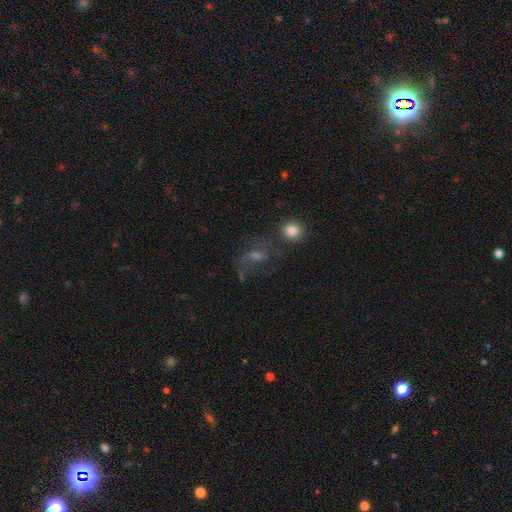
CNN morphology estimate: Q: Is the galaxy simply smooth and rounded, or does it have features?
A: featured or disk — 54%.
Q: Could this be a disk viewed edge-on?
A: no — 95%.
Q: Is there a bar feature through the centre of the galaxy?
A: weak — 46%.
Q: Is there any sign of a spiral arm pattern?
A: yes — 78%.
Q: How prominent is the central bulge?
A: moderate — 40%.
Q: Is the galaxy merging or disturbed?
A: none — 51%.